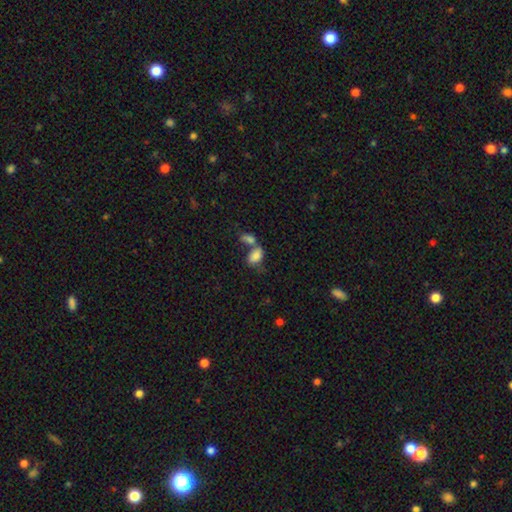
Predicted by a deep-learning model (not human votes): Smooth or featured? smooth (80%)
How rounded? in between (88%)
Merging? merger (53%)